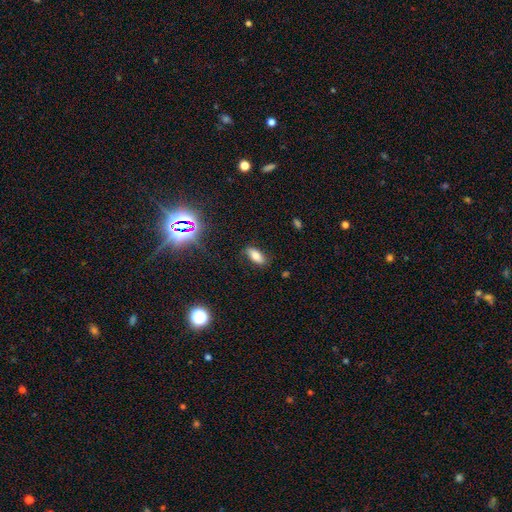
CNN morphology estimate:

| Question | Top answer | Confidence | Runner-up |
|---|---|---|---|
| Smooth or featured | smooth | 72% | featured or disk (15%) |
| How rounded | in between | 78% | cigar-shaped (18%) |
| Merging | none | 80% | minor disturbance (14%) |